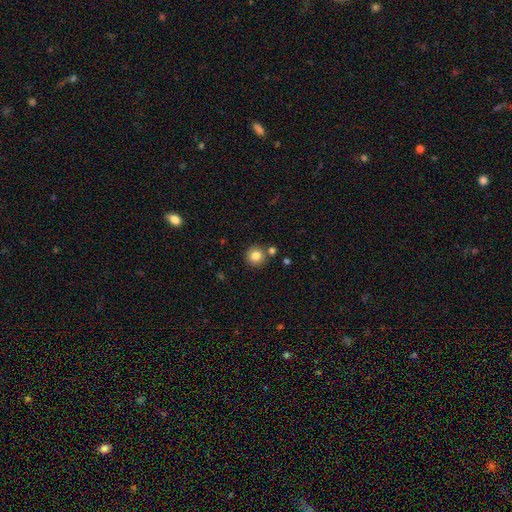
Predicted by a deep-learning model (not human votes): The model was most divided on "merging": none: 81%, merger: 10%, minor disturbance: 7%, major disturbance: 2%. More confident: how rounded — round (94%); smooth or featured — smooth (82%).